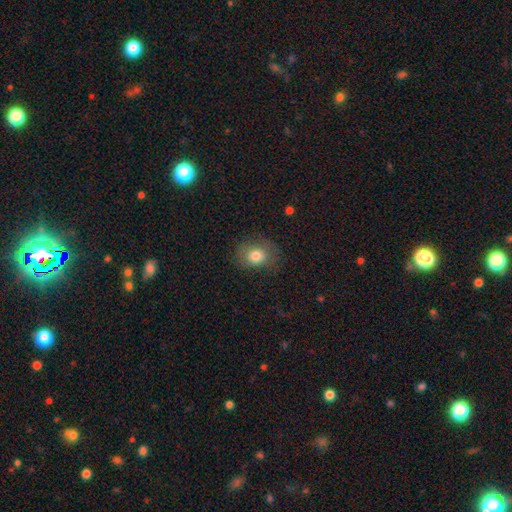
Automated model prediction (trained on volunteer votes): smooth_or_featured: smooth (p=0.78) [alt: featured or disk p=0.13]
how_rounded: in between (p=0.50) [alt: round p=0.49]
merging: none (p=0.72) [alt: minor disturbance p=0.19]